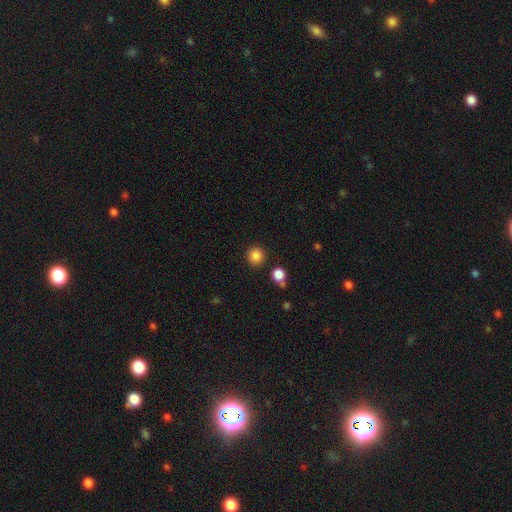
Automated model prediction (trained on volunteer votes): smooth_or_featured: smooth (p=0.85) [alt: star or artifact p=0.11]
how_rounded: round (p=0.92) [alt: in between p=0.07]
merging: none (p=0.88) [alt: minor disturbance p=0.06]